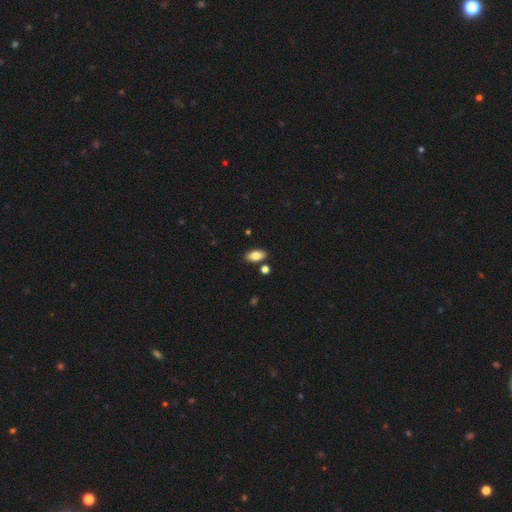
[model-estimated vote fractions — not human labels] This is clearly a smooth galaxy (82%). How rounded: clearly in between (92%). Merging: clearly none (83%).